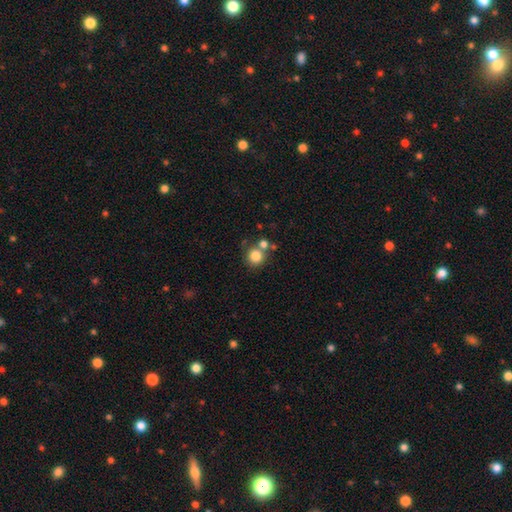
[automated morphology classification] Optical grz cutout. It shows a smooth galaxy with no disk features (82%) that is round (91%). Merging: none (64%).